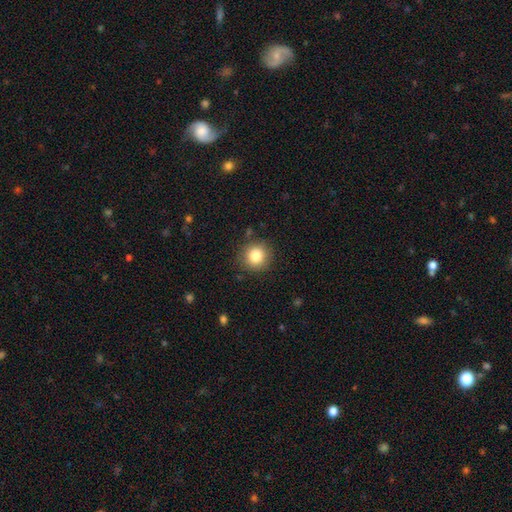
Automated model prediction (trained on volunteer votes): Q: Smooth or featured?
A: smooth (83%); runner-up: star or artifact (10%)
Q: How rounded?
A: round (91%); runner-up: in between (8%)
Q: Merging?
A: none (87%); runner-up: minor disturbance (8%)